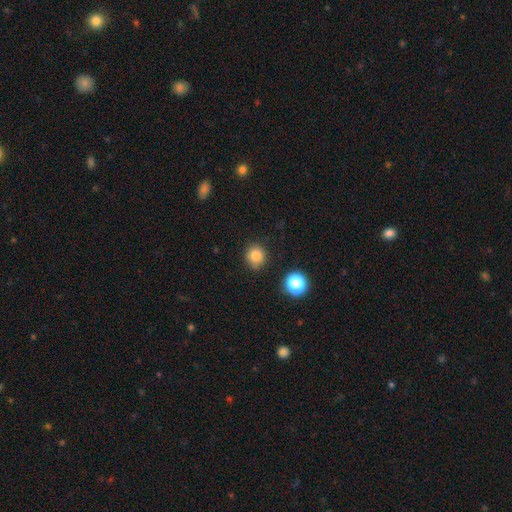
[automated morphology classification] Smooth or featured: smooth — 80% (star or artifact — 14%)
How rounded: round — 86% (in between — 13%)
Merging: none — 82% (minor disturbance — 12%)